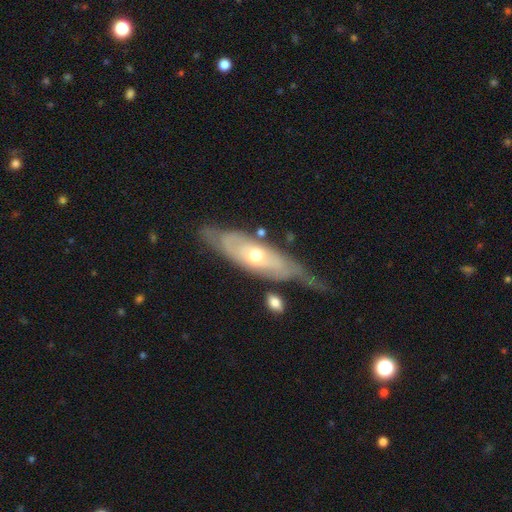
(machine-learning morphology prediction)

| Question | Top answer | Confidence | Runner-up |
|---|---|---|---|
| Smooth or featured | featured or disk | 64% | smooth (31%) |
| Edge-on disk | no | 68% | yes (32%) |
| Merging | none | 47% | minor disturbance (26%) |